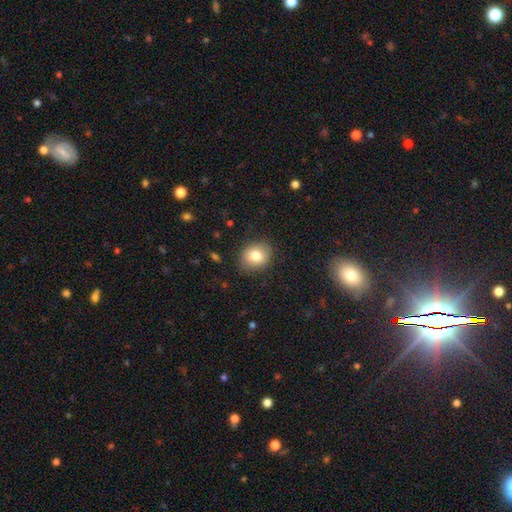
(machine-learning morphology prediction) Smooth or featured?
  - smooth: 80% *
  - featured or disk: 11%
  - star or artifact: 9%
How rounded?
  - round: 60% *
  - in between: 39%
  - cigar-shaped: 1%
Merging?
  - none: 86% *
  - minor disturbance: 11%
  - major disturbance: 3%
  - merger: 1%